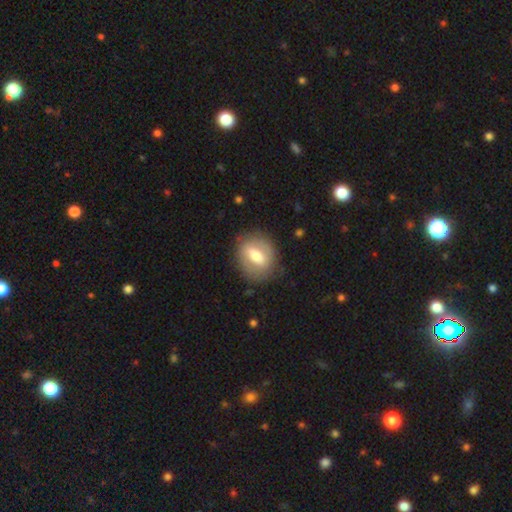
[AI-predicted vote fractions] This is possibly a smooth galaxy (49%). Merging: clearly none (80%).